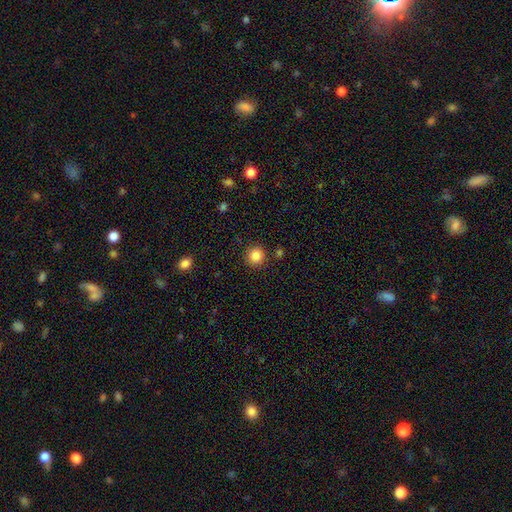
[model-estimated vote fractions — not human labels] Smooth or featured?
  - smooth: 85% *
  - star or artifact: 11%
  - featured or disk: 4%
How rounded?
  - round: 94% *
  - in between: 5%
  - cigar-shaped: 1%
Merging?
  - none: 89% *
  - minor disturbance: 6%
  - merger: 2%
  - major disturbance: 2%